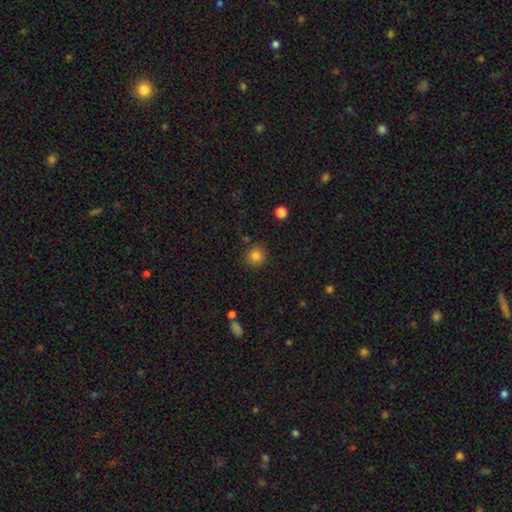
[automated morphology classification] Smooth or featured: smooth — 84% (star or artifact — 12%)
How rounded: round — 91% (in between — 8%)
Merging: none — 86% (minor disturbance — 9%)